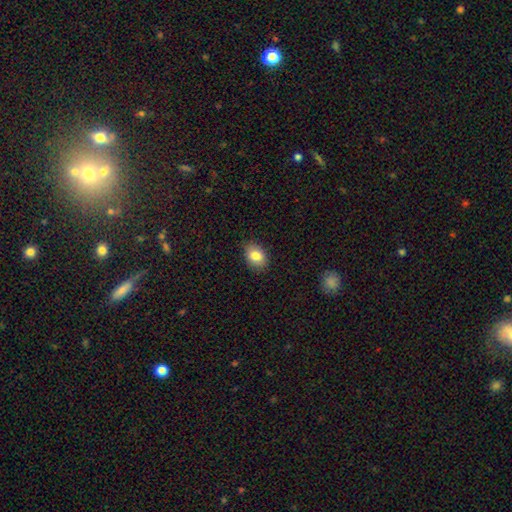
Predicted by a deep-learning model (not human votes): Smooth or featured?
  - smooth: 83% *
  - featured or disk: 9%
  - star or artifact: 8%
How rounded?
  - in between: 72% *
  - round: 27%
  - cigar-shaped: 1%
Merging?
  - none: 88% *
  - minor disturbance: 10%
  - major disturbance: 2%
  - merger: 1%